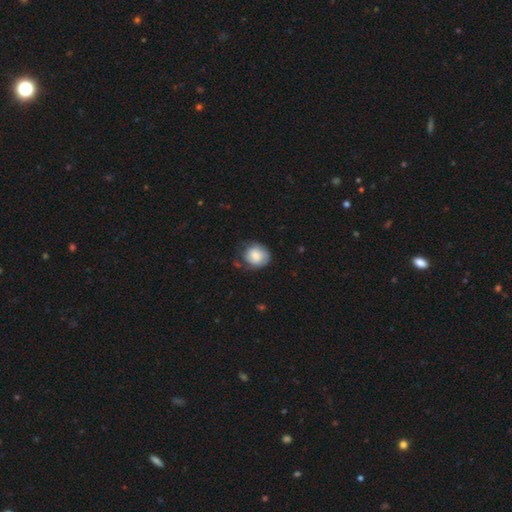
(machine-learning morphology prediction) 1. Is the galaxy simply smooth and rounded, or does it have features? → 71% smooth, 22% featured or disk, 7% star or artifact.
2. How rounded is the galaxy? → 75% round, 24% in between, 1% cigar-shaped.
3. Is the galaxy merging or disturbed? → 55% none, 30% minor disturbance, 13% major disturbance, 2% merger.